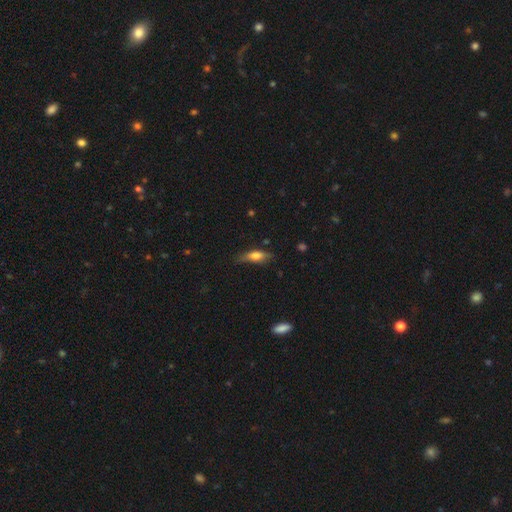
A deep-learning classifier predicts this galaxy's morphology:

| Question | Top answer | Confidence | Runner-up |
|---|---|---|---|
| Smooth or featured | smooth | 61% | featured or disk (31%) |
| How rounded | in between | 53% | cigar-shaped (44%) |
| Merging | none | 66% | minor disturbance (25%) |